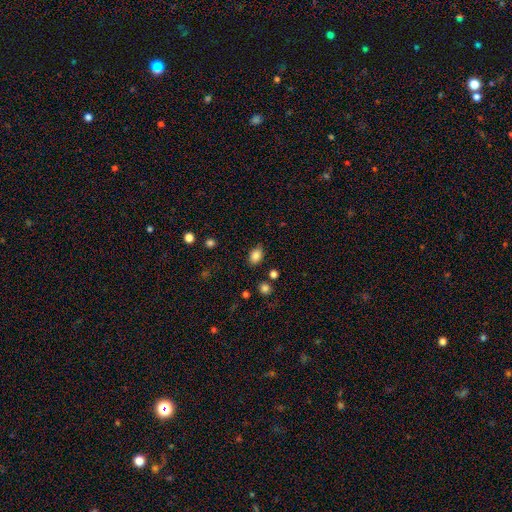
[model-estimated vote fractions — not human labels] Smooth or featured?
  - smooth: 85% *
  - star or artifact: 10%
  - featured or disk: 5%
How rounded?
  - in between: 78% *
  - round: 21%
  - cigar-shaped: 1%
Merging?
  - none: 81% *
  - minor disturbance: 13%
  - major disturbance: 3%
  - merger: 3%